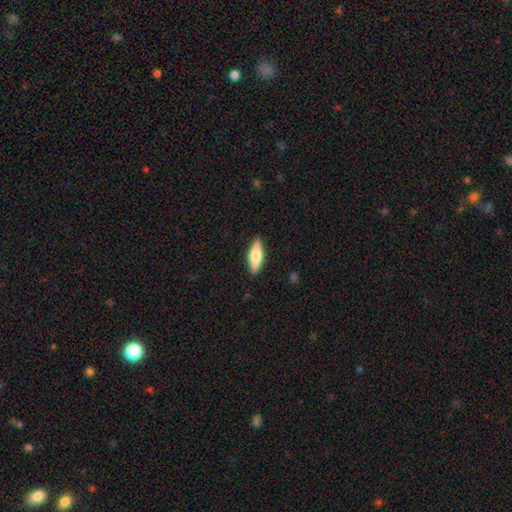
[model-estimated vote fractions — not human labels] Q: Smooth or featured?
A: smooth (58%); runner-up: featured or disk (36%)
Q: How rounded?
A: cigar-shaped (49%); tied with: in between (49%)
Q: Merging?
A: none (89%); runner-up: minor disturbance (9%)